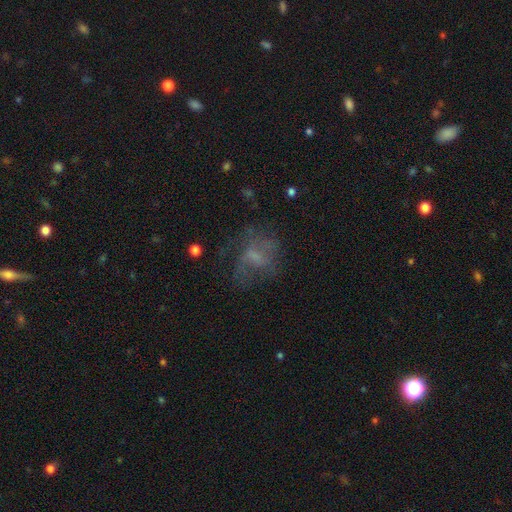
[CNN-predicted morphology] featured or disk 46%, smooth 37%, star or artifact 17%. Down the decision tree: merging — none (44%).